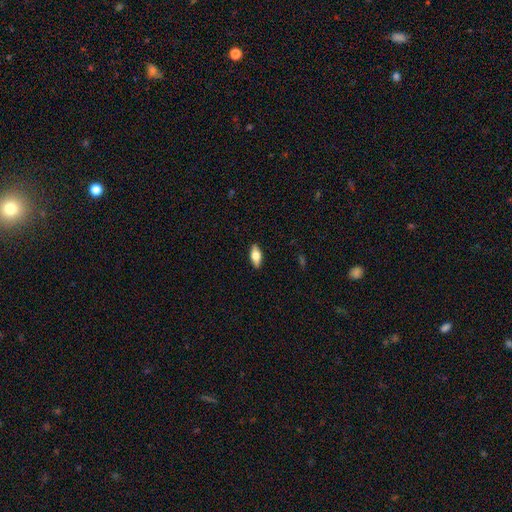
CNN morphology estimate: Smooth or featured?
  - smooth: 63% *
  - featured or disk: 31%
  - star or artifact: 7%
How rounded?
  - in between: 81% *
  - cigar-shaped: 16%
  - round: 3%
Merging?
  - none: 89% *
  - minor disturbance: 8%
  - major disturbance: 2%
  - merger: 1%